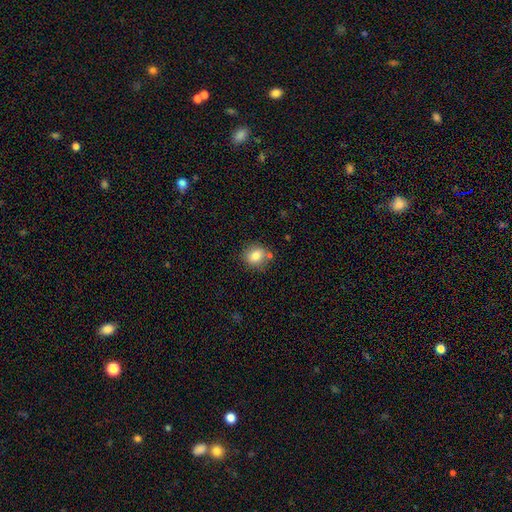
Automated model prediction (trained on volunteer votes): A smooth galaxy with no disk features (80%) that is round (74%). Merging: none (74%).